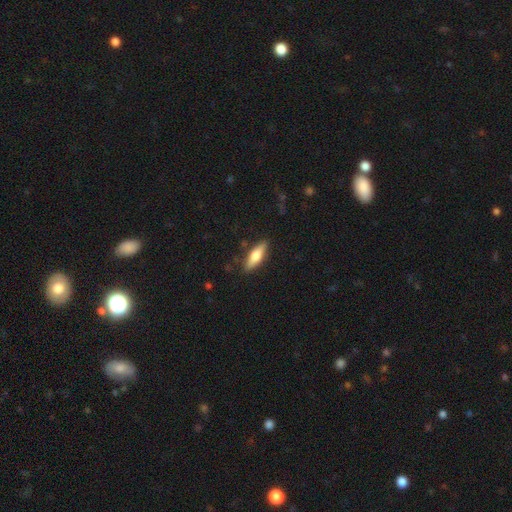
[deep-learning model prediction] The model was most divided on "how rounded": cigar-shaped: 52%, in between: 46%, round: 2%. More confident: merging — none (86%); smooth or featured — smooth (66%).